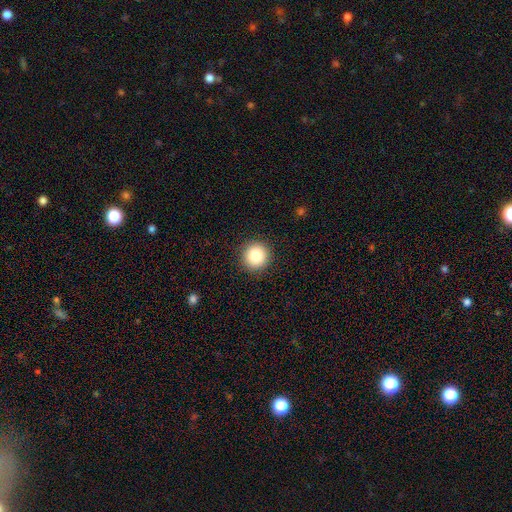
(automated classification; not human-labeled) A smooth galaxy with no disk features (85%) that is round (94%).

Vote fractions:
- Smooth or featured? smooth: 85% / star or artifact: 9% / featured or disk: 6%
- How rounded? round: 94% / in between: 5% / cigar-shaped: 1%
- Merging? none: 92% / minor disturbance: 6% / major disturbance: 2% / merger: 1%